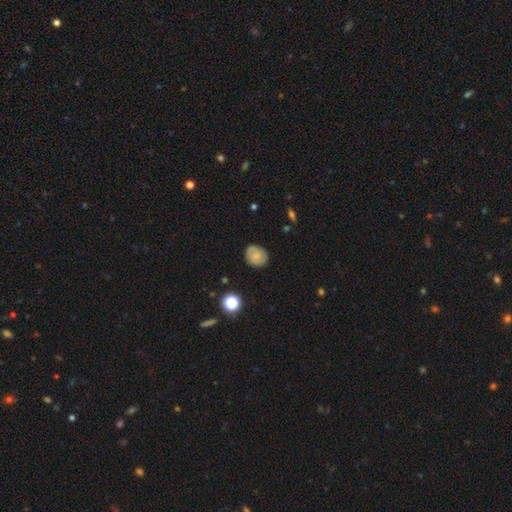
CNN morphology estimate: This appears to be a smooth galaxy with no disk features (60%) that is round (69%). Merging: none (82%).